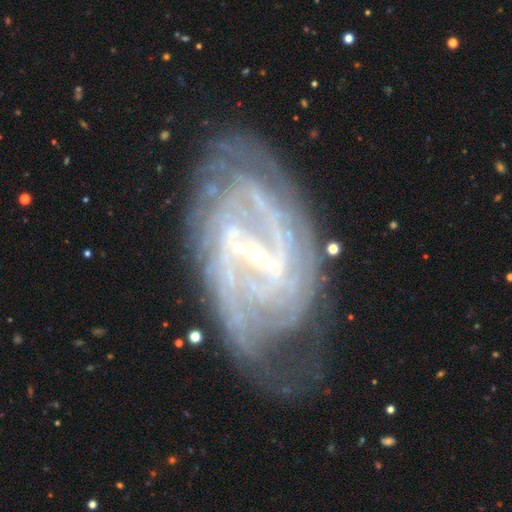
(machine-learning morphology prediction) Smooth or featured?
  - featured or disk: 88% *
  - star or artifact: 6%
  - smooth: 6%
Edge-on disk?
  - no: 95% *
  - yes: 5%
Bar?
  - strong: 50% *
  - weak: 36%
  - no: 14%
Spiral arms?
  - yes: 94% *
  - no: 6%
Spiral winding?
  - tight: 55% *
  - medium: 35%
  - loose: 11%
Spiral arm count?
  - 2: 34% *
  - can't tell: 31%
  - 3: 12%
  - 4: 10%
  - more than 4: 7%
  - 1: 6%
Bulge size?
  - small: 84% *
  - moderate: 8%
  - none: 6%
  - large: 1%
  - dominant: 1%
Merging?
  - none: 66% *
  - minor disturbance: 21%
  - major disturbance: 11%
  - merger: 2%